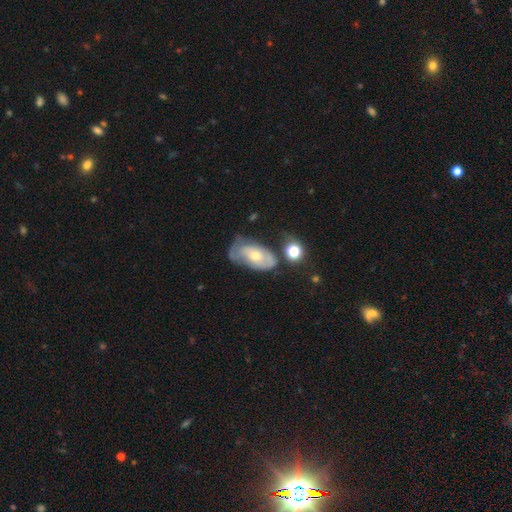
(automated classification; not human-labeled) The model was most divided on "merging": none: 33%, minor disturbance: 31%, major disturbance: 25%, merger: 11%. More confident: edge-on disk — no (93%); smooth or featured — featured or disk (53%).